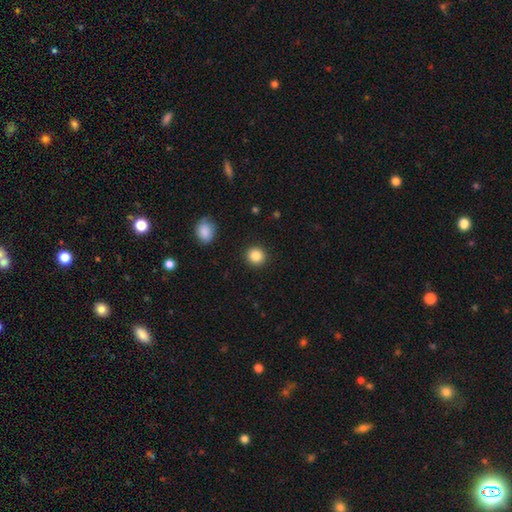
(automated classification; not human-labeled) Morphology: type=smooth (86%); roundness=round (91%); merging=none (91%).